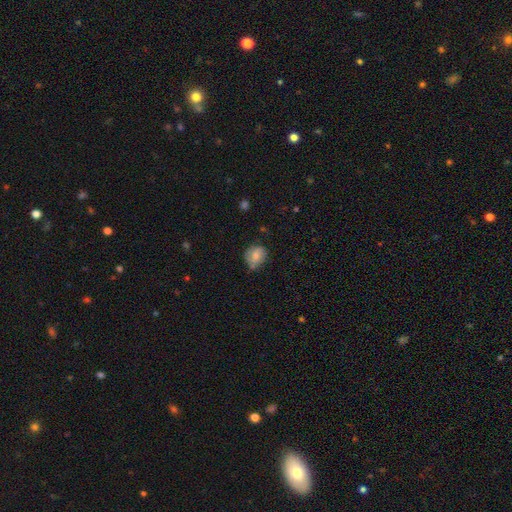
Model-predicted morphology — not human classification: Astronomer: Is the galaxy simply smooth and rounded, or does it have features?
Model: smooth — 68%.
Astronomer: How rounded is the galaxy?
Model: round — 68%.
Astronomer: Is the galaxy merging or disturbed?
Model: none — 62%.